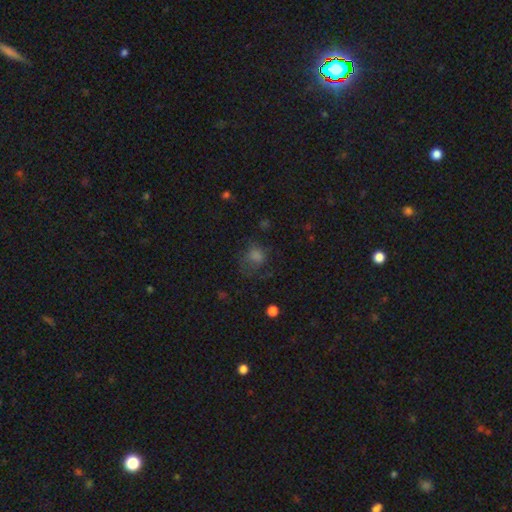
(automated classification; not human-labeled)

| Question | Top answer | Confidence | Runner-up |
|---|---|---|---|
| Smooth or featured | smooth | 62% | star or artifact (23%) |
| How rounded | round | 65% | in between (34%) |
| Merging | none | 47% | major disturbance (28%) |